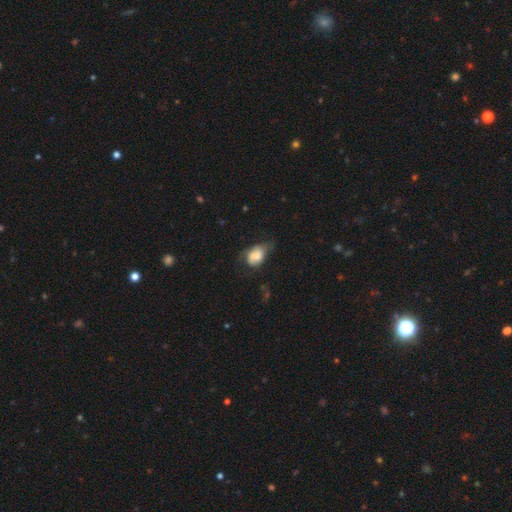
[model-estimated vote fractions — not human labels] Q: Smooth or featured?
A: smooth (68%); runner-up: featured or disk (23%)
Q: How rounded?
A: in between (78%); runner-up: round (20%)
Q: Merging?
A: minor disturbance (37%); runner-up: none (32%)